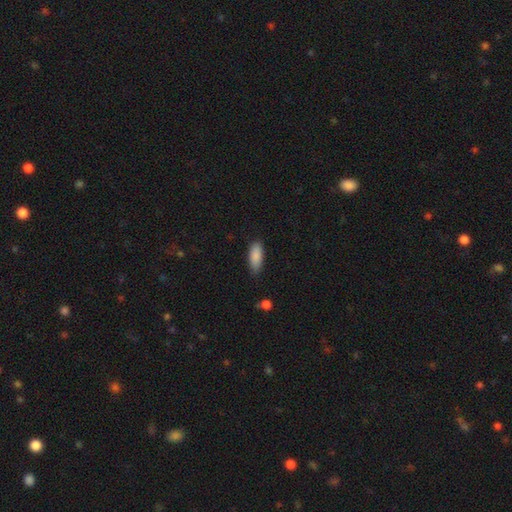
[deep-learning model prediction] A smooth galaxy with no disk features (88%) that is in between round and cigar-shaped (74%). Merging: none (80%).